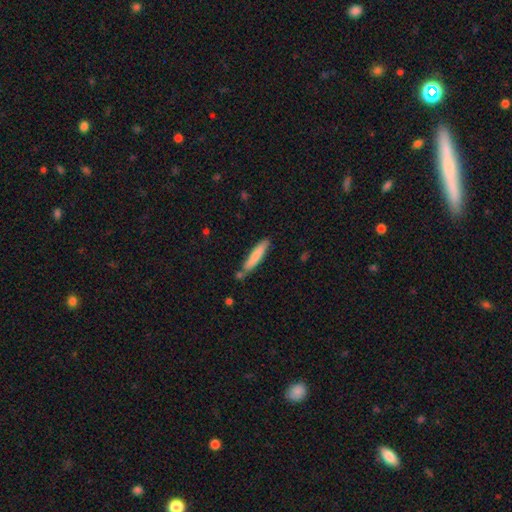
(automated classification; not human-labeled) Q: Smooth or featured?
A: smooth (76%); runner-up: featured or disk (18%)
Q: How rounded?
A: cigar-shaped (90%); runner-up: in between (9%)
Q: Merging?
A: none (73%); runner-up: minor disturbance (15%)